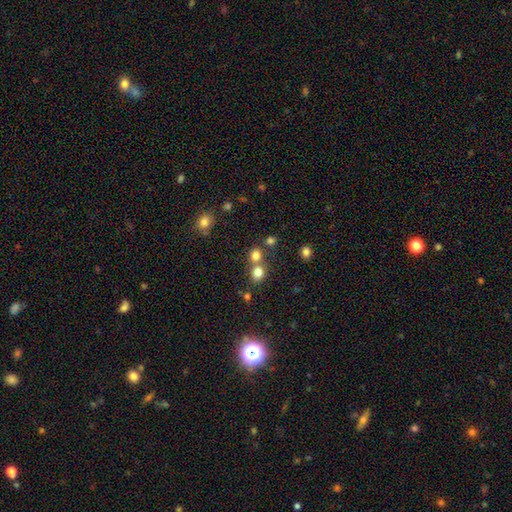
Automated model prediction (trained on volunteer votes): A smooth galaxy with no disk features (77%) that is round (82%). Merging: none (57%).